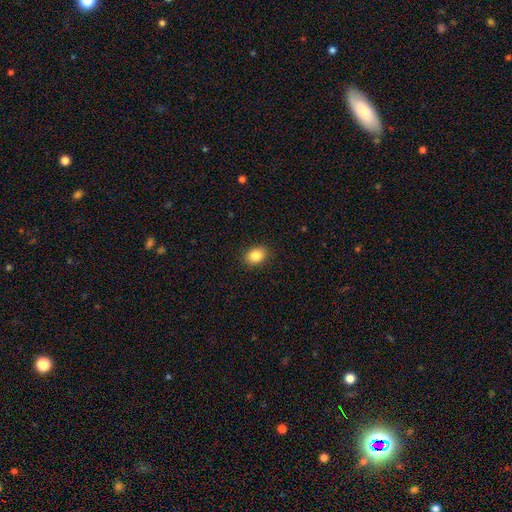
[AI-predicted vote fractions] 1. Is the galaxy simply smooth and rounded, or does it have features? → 85% smooth, 9% star or artifact, 6% featured or disk.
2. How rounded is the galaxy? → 61% in between, 38% round, 1% cigar-shaped.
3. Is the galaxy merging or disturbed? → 90% none, 7% minor disturbance, 2% major disturbance, 1% merger.